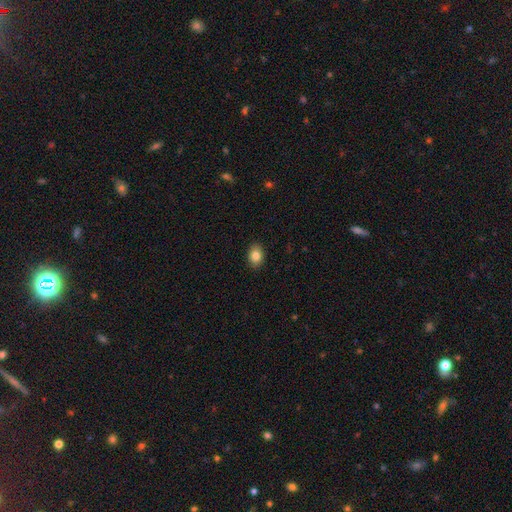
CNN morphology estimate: Smooth or featured: smooth — 84% (star or artifact — 8%)
How rounded: in between — 77% (round — 22%)
Merging: none — 90% (minor disturbance — 8%)